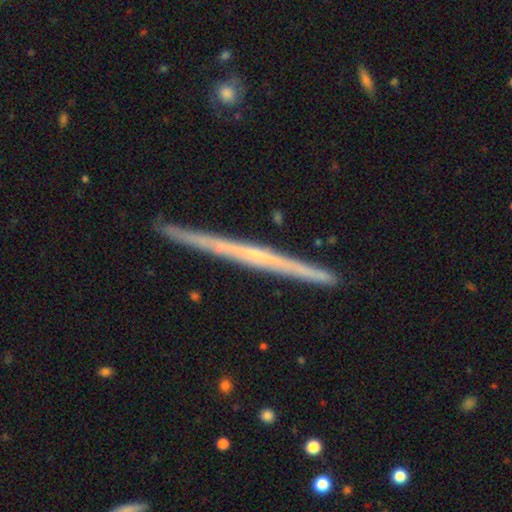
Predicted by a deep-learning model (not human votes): smooth-or-featured: featured or disk: 72% | smooth: 22% | star or artifact: 6%
  disk-edge-on: yes: 98% | no: 2%
    edge-on-bulge: none: 77% | rounded: 19% | boxy: 4%
  merging: none: 90% | minor disturbance: 7% | merger: 1% | major disturbance: 1%